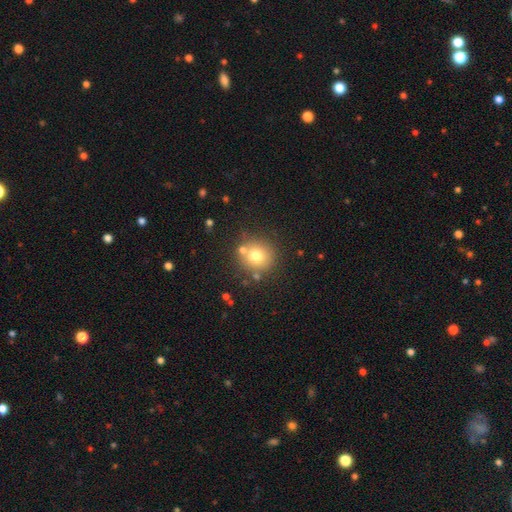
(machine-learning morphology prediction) smooth-or-featured: smooth: 75% | featured or disk: 13% | star or artifact: 13%
  how-rounded: round: 89% | in between: 10% | cigar-shaped: 1%
  merging: none: 75% | minor disturbance: 11% | merger: 11% | major disturbance: 4%